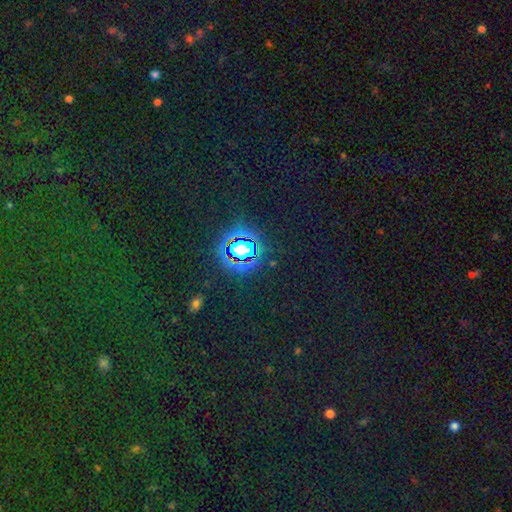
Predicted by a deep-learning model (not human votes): Smooth or featured: star or artifact — 79% (smooth — 14%)